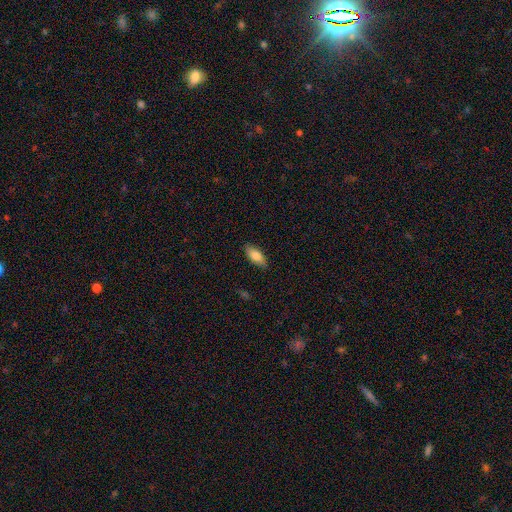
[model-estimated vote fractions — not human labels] This is clearly a smooth galaxy (83%). How rounded: clearly in between (82%). Merging: clearly none (87%).